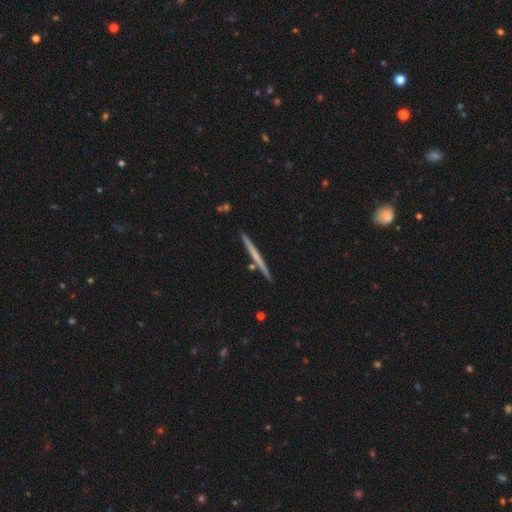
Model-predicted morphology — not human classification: type=featured or disk (48%); merging=none (90%).